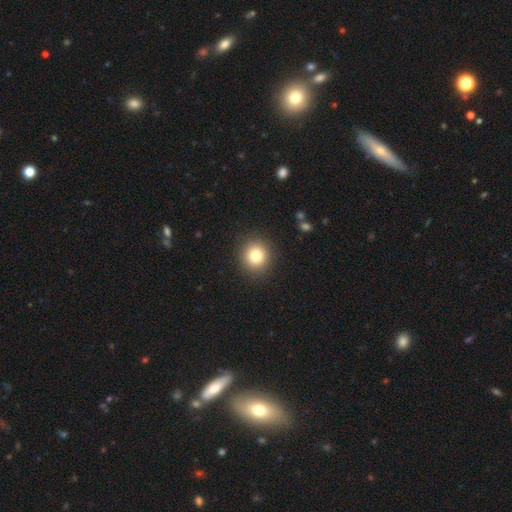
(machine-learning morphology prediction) This is clearly a smooth galaxy (81%). How rounded: clearly round (91%). Merging: clearly none (90%).